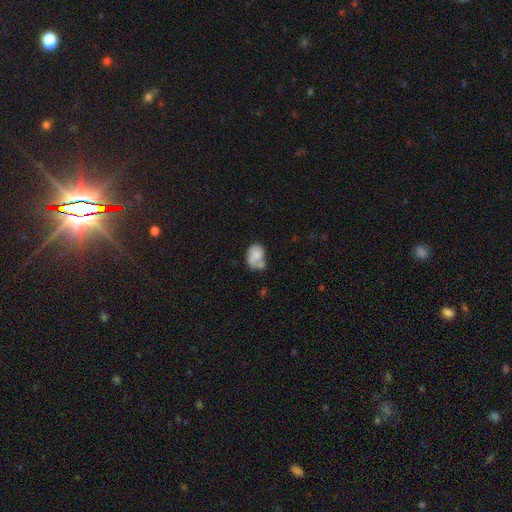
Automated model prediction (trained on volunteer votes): Morphology: type=smooth (68%); roundness=in between (66%); merging=merger (33%).